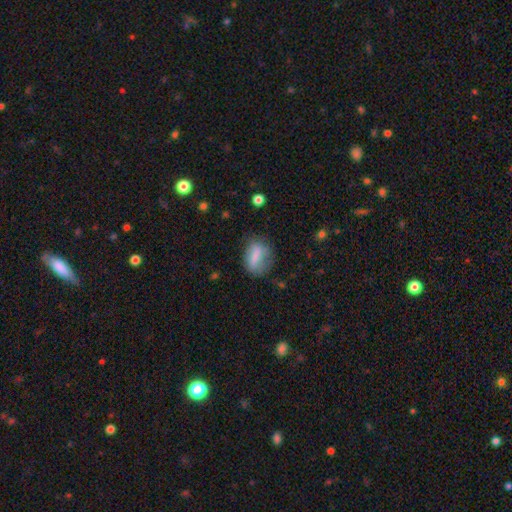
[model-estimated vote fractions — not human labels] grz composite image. It shows a smooth galaxy with no disk features (68%) that is in between round and cigar-shaped (67%). Merging: none (63%).